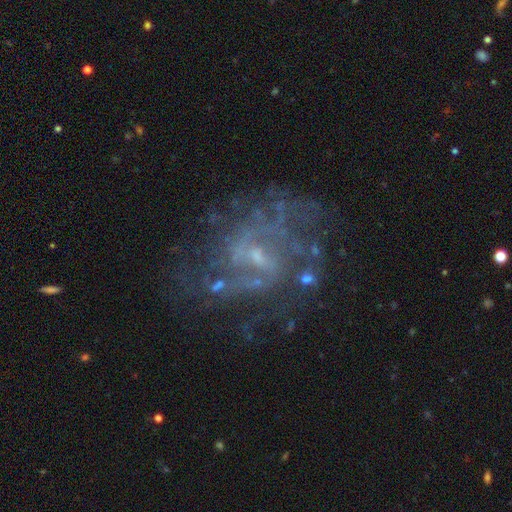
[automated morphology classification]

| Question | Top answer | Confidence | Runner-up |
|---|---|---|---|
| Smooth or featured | featured or disk | 80% | star or artifact (11%) |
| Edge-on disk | no | 98% | yes (2%) |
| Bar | weak | 49% | no (41%) |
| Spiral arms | yes | 71% | no (29%) |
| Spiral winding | medium | 43% | tight (29%) |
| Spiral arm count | can't tell | 43% | 2 (30%) |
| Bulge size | small | 63% | moderate (21%) |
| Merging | none | 58% | major disturbance (20%) |